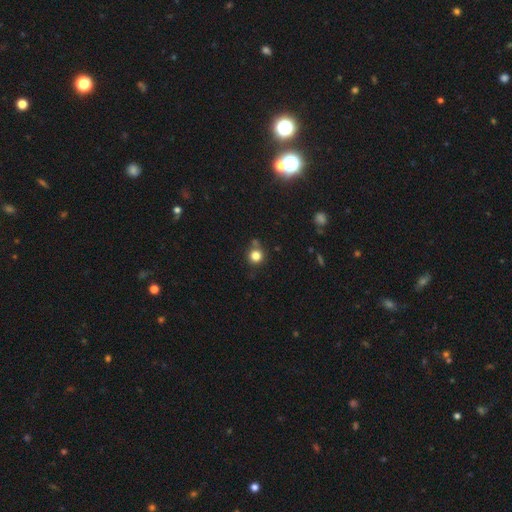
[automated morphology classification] This is clearly a smooth galaxy (81%). How rounded: clearly round (92%). Merging: likely none (74%).